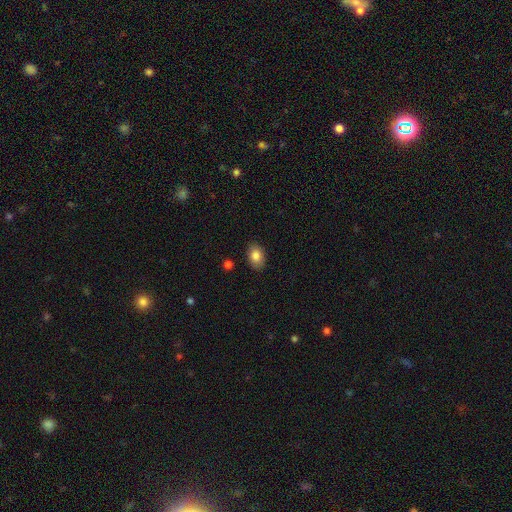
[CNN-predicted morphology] This appears to be a smooth galaxy with no disk features (84%) that is in between round and cigar-shaped (83%). Merging: none (86%).